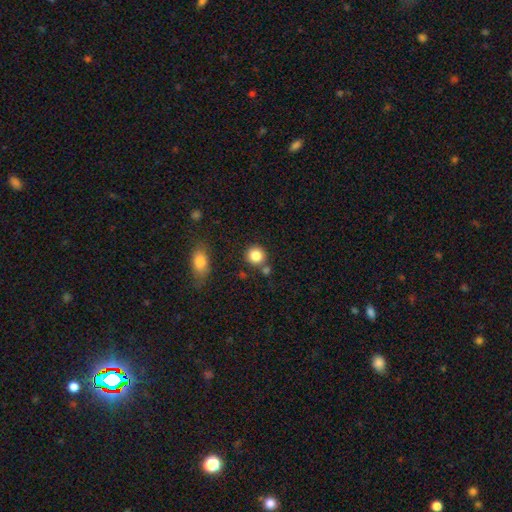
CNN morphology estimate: Smooth or featured?
  - smooth: 85% *
  - star or artifact: 10%
  - featured or disk: 5%
How rounded?
  - round: 90% *
  - in between: 9%
  - cigar-shaped: 1%
Merging?
  - none: 76% *
  - merger: 11%
  - minor disturbance: 9%
  - major disturbance: 3%